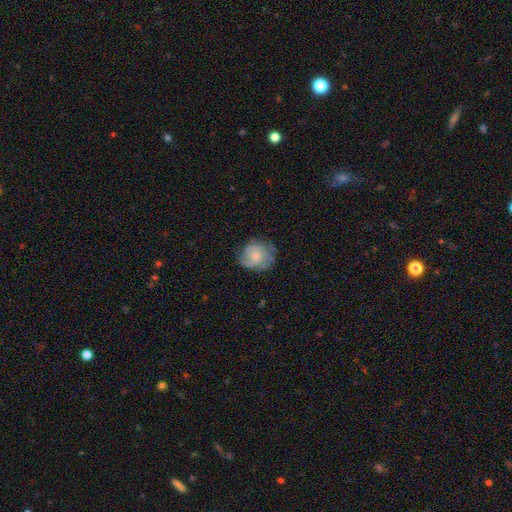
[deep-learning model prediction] This appears to be a featured or disk galaxy (53%) with no bar (79%), spiral arms (82%) and a small central bulge (57%). Merging: none (66%).